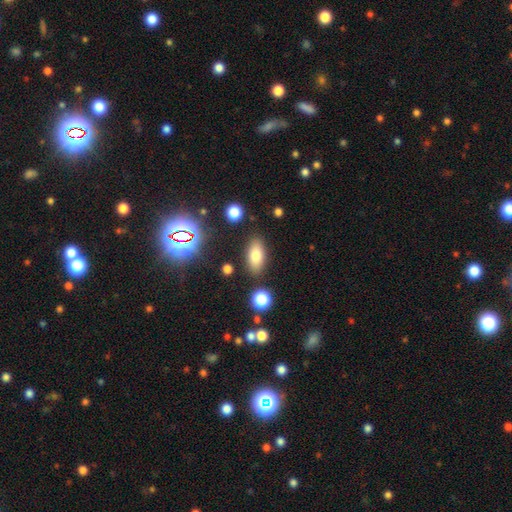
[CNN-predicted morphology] A smooth galaxy with no disk features (76%) that is in between round and cigar-shaped (86%).

Vote fractions:
- Smooth or featured? smooth: 76% / featured or disk: 14% / star or artifact: 11%
- How rounded? in between: 86% / cigar-shaped: 9% / round: 5%
- Merging? none: 83% / minor disturbance: 10% / merger: 4% / major disturbance: 3%